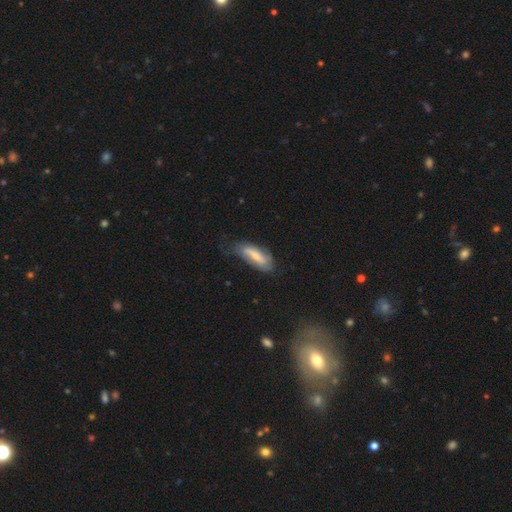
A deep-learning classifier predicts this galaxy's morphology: This is possibly a smooth galaxy (55%). How rounded: likely in between (67%). Merging: possibly none (48%).